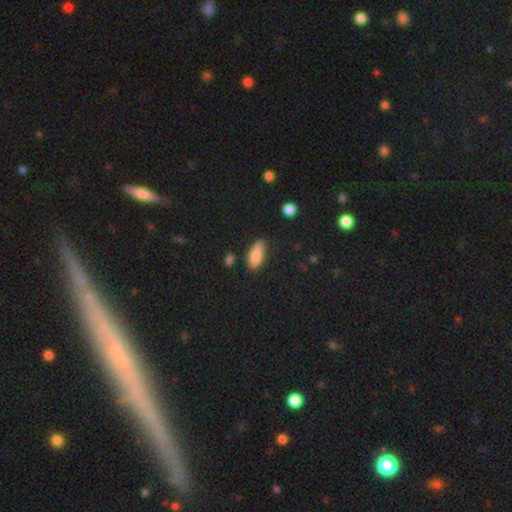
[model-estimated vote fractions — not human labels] smooth-or-featured: smooth: 82% | featured or disk: 10% | star or artifact: 8%
  how-rounded: in between: 85% | cigar-shaped: 12% | round: 3%
  merging: none: 68% | minor disturbance: 24% | major disturbance: 5% | merger: 4%